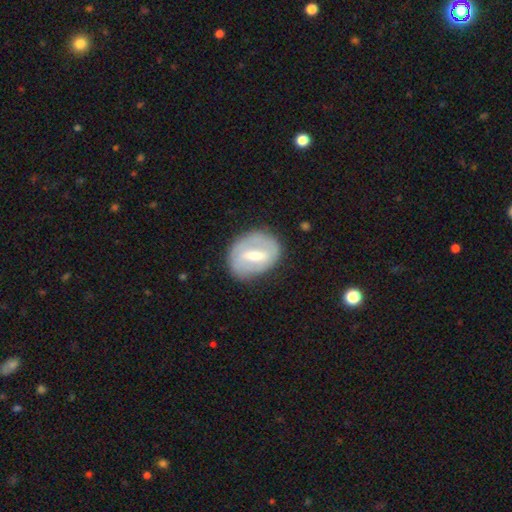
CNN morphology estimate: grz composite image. It shows a featured or disk galaxy (57%) with a strong bar (53%), no spiral arms (58%) and a moderate central bulge (53%). Merging: none (72%).